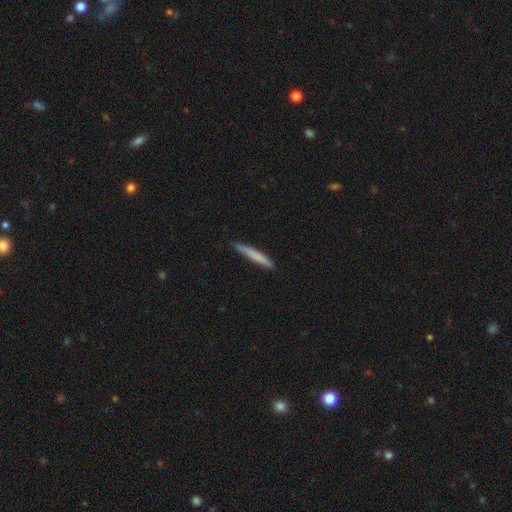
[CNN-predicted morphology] smooth-or-featured: smooth: 75% | featured or disk: 20% | star or artifact: 6%
  how-rounded: cigar-shaped: 96% | in between: 3% | round: 1%
  merging: none: 84% | minor disturbance: 13% | major disturbance: 2% | merger: 1%